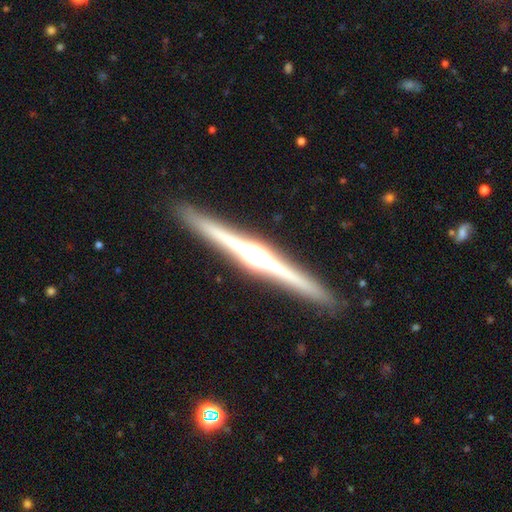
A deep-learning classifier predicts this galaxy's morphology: Overall: featured or disk (84%). Edge-on disk: yes (99%). Edge-on bulge: rounded (78%). Merging: none (91%).